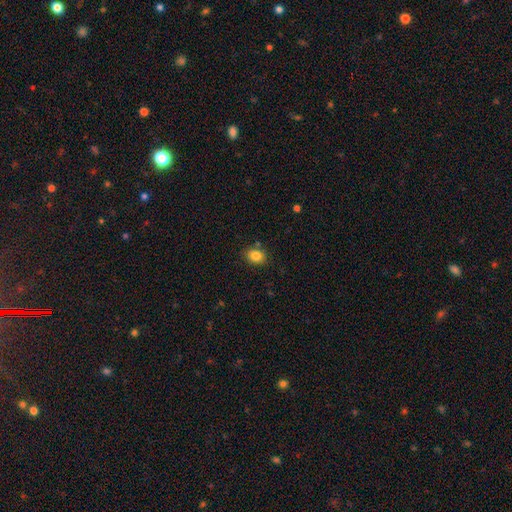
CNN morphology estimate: smooth 84%, star or artifact 10%, featured or disk 6%. Down the decision tree: how rounded — round (54%); merging — none (83%).